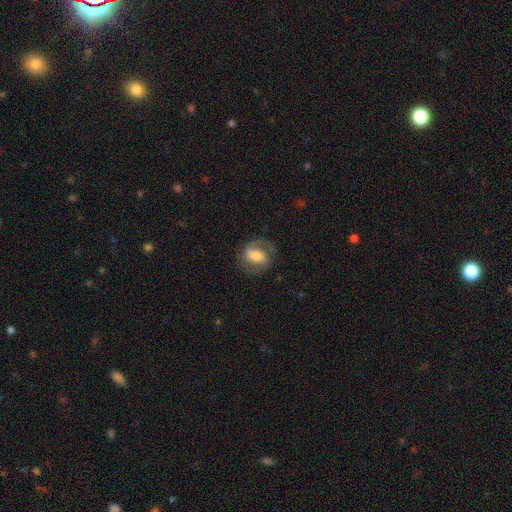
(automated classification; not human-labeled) A featured or disk galaxy (68%) with a weak bar (40%), 2 (79%) medium (50%) spiral arms (89%) and a moderate central bulge (50%). Merging: none (72%).